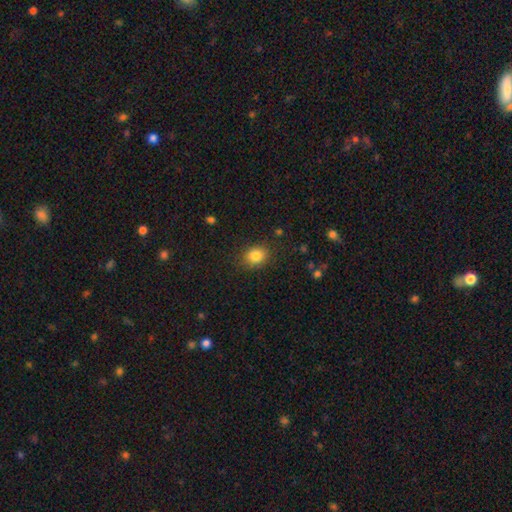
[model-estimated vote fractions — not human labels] Smooth or featured: smooth — 84% (star or artifact — 10%)
How rounded: round — 55% (in between — 44%)
Merging: none — 85% (minor disturbance — 11%)